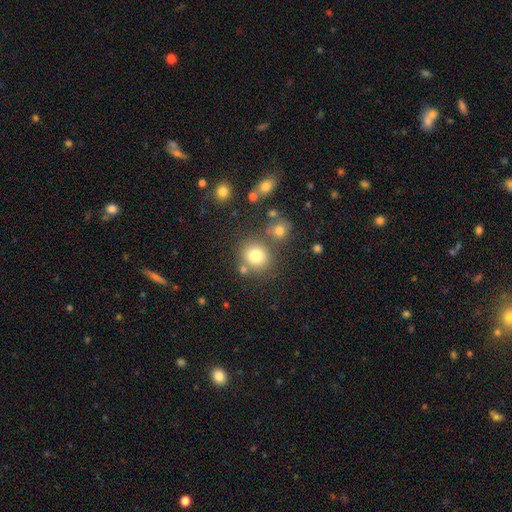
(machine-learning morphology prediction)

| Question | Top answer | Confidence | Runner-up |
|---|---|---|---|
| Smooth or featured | smooth | 78% | star or artifact (13%) |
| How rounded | round | 84% | in between (15%) |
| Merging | none | 70% | merger (15%) |